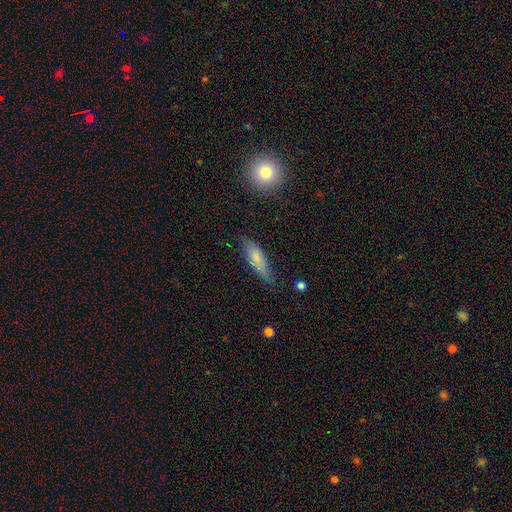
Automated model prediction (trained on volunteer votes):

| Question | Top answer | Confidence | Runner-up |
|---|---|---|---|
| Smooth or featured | smooth | 60% | featured or disk (32%) |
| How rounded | cigar-shaped | 60% | in between (36%) |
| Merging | none | 63% | minor disturbance (28%) |